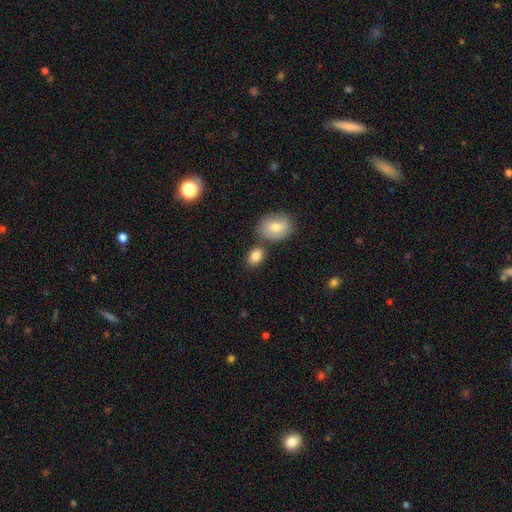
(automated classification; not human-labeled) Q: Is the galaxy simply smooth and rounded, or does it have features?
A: smooth — 85%.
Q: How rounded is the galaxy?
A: in between — 74%.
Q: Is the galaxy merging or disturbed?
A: none — 65%.